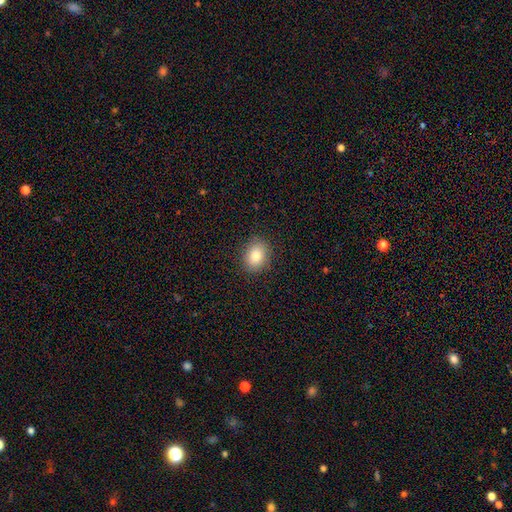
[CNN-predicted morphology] Smooth or featured? smooth (85%)
How rounded? in between (66%)
Merging? none (87%)